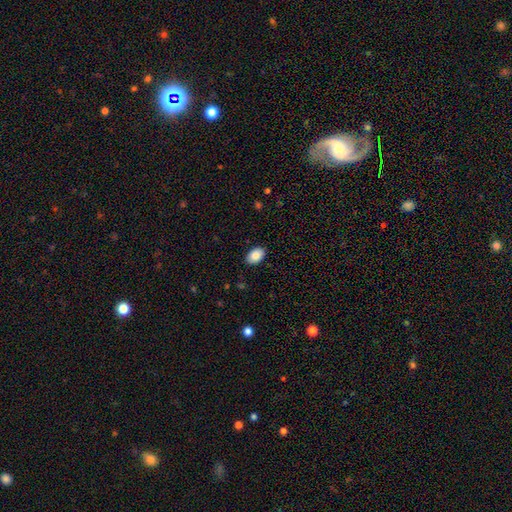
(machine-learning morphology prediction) Smooth or featured? Predicted: smooth (p=0.86). How rounded? Predicted: in between (p=0.89). Merging? Predicted: none (p=0.89).